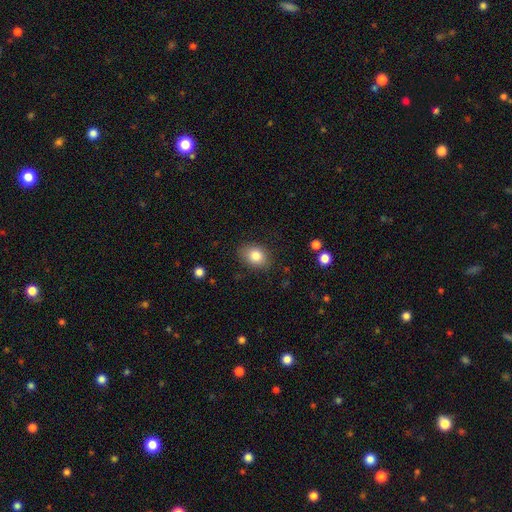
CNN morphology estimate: Smooth or featured? smooth (83%)
How rounded? in between (65%)
Merging? none (82%)